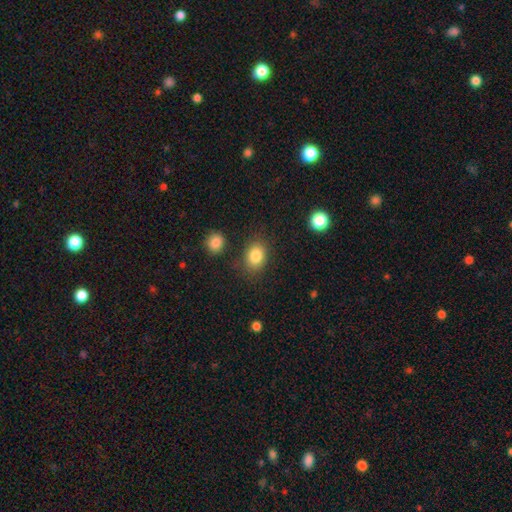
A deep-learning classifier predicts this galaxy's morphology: Q: Smooth or featured?
A: smooth (84%); runner-up: star or artifact (10%)
Q: How rounded?
A: in between (64%); runner-up: round (35%)
Q: Merging?
A: none (80%); runner-up: minor disturbance (12%)